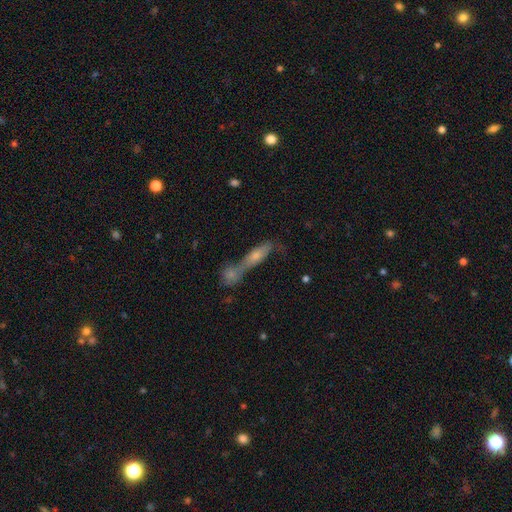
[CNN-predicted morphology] type=smooth (44%); merging=merger (56%).